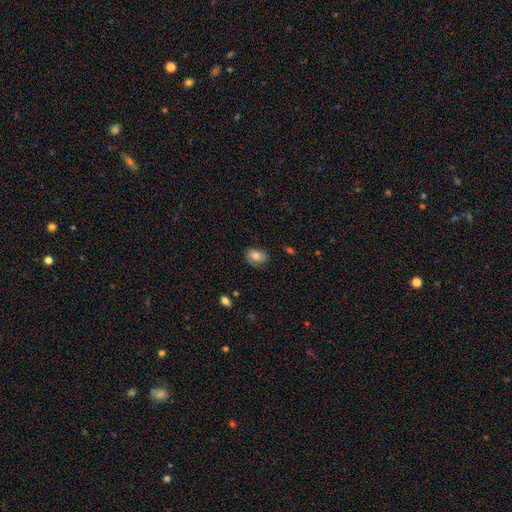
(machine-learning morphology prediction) A smooth galaxy with no disk features (78%) that is in between round and cigar-shaped (67%). Merging: none (76%).